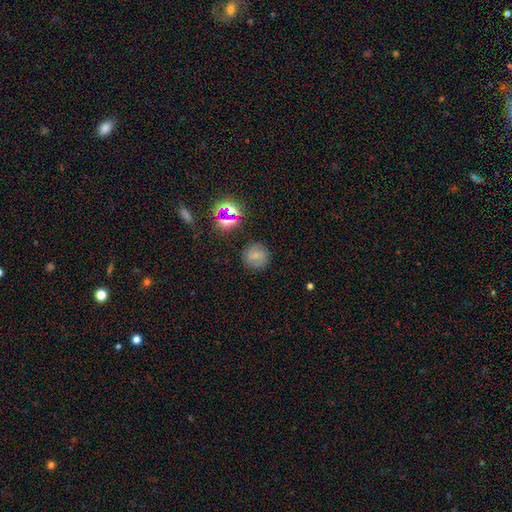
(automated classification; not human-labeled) This appears to be a smooth galaxy with no disk features (66%) that is round (91%). Merging: none (85%).